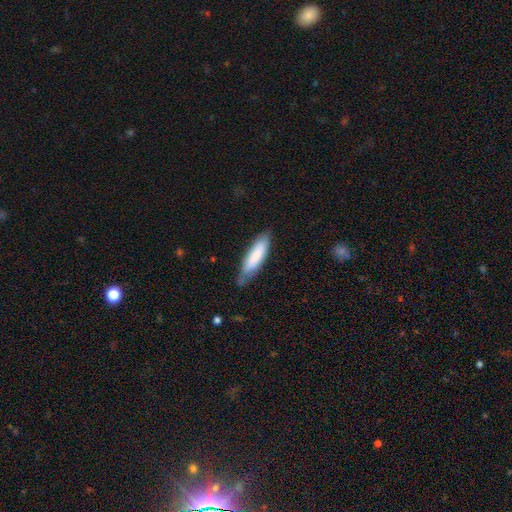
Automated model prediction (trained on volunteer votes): Smooth or featured?
  - smooth: 77% *
  - featured or disk: 18%
  - star or artifact: 5%
How rounded?
  - cigar-shaped: 60% *
  - in between: 39%
  - round: 1%
Merging?
  - none: 70% *
  - minor disturbance: 24%
  - major disturbance: 4%
  - merger: 1%